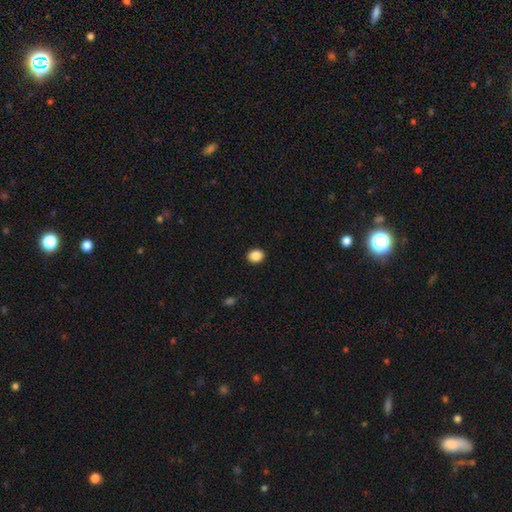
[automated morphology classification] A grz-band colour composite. It shows a smooth galaxy with no disk features (88%) that is round (59%). Merging: none (92%).